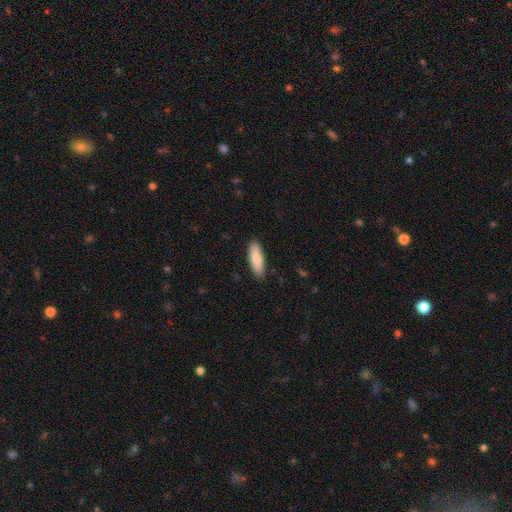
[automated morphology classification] This appears to be a smooth galaxy with no disk features (83%) that is cigar-shaped (53%). Merging: none (88%).